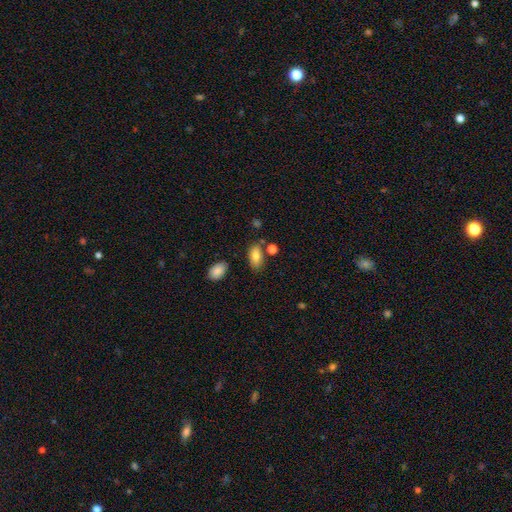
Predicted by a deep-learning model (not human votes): Overall: smooth (80%). How rounded: in between (91%). Merging: none (74%).